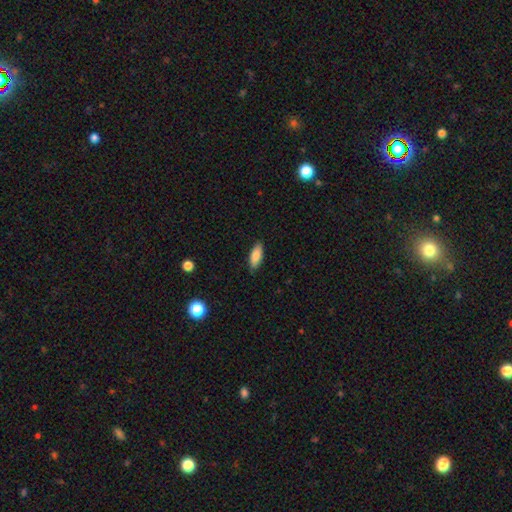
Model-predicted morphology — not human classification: Overall: smooth (86%). How rounded: in between (74%). Merging: none (86%).